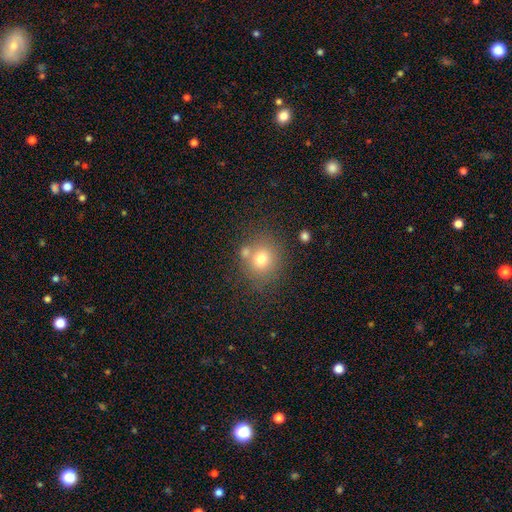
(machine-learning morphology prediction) Smooth or featured? smooth (69%)
How rounded? round (80%)
Merging? none (70%)